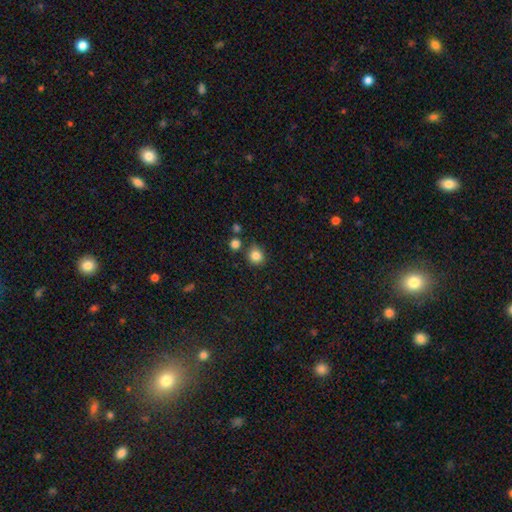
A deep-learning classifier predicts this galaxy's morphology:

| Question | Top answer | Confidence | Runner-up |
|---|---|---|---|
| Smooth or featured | smooth | 84% | star or artifact (11%) |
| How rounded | round | 87% | in between (12%) |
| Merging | none | 77% | minor disturbance (12%) |